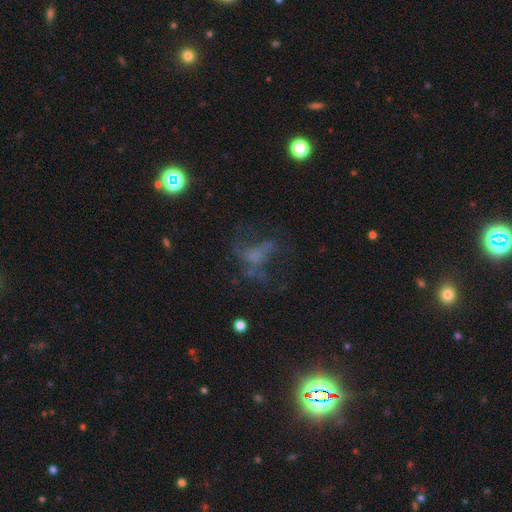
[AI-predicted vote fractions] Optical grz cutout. It shows a featured or disk galaxy (43%). Merging: none (44%).